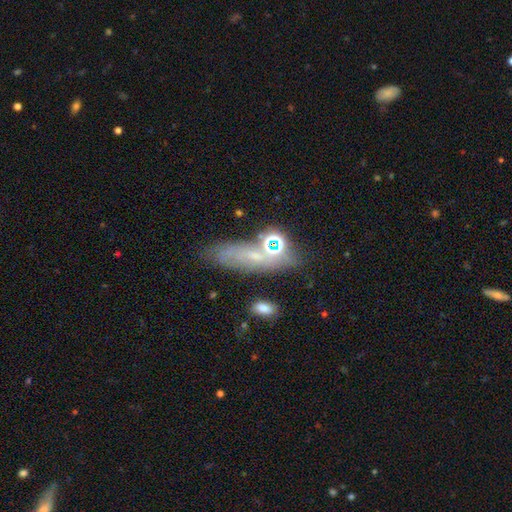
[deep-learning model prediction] A featured or disk galaxy (36%). Merging: none (58%).